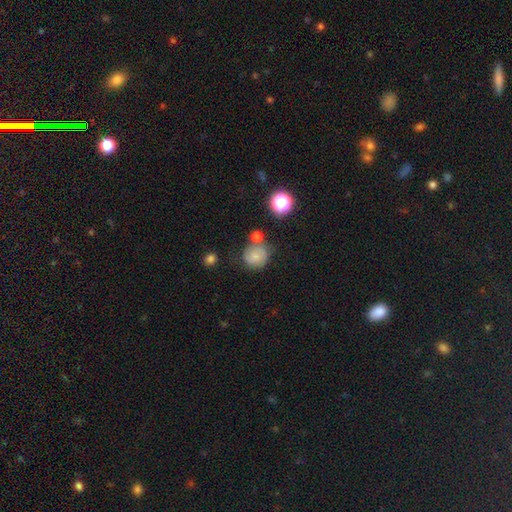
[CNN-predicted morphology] Overall: smooth (57%; featured or disk 31%). How rounded: round (82%). Merging: none (58%; minor disturbance 19%).